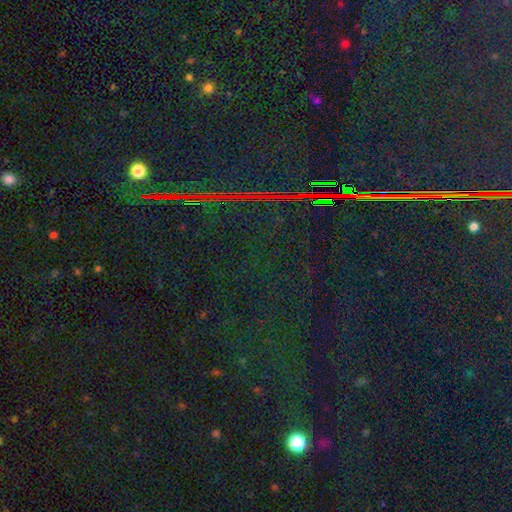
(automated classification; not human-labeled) Smooth or featured: star or artifact — 86% (smooth — 7%)